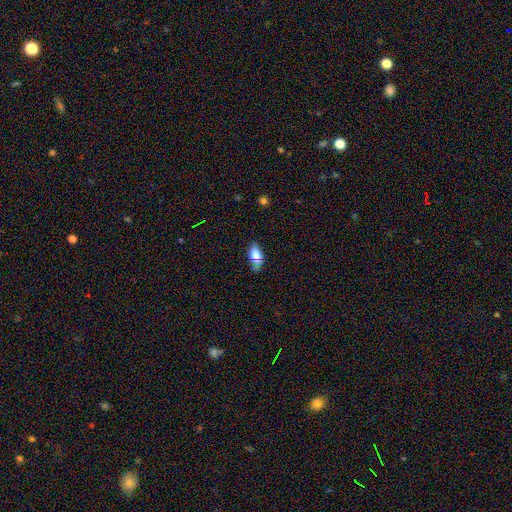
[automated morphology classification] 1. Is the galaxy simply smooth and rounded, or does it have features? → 74% smooth, 13% featured or disk, 12% star or artifact.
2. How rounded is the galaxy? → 89% in between, 6% round, 5% cigar-shaped.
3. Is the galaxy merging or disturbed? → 72% none, 19% minor disturbance, 4% major disturbance, 4% merger.